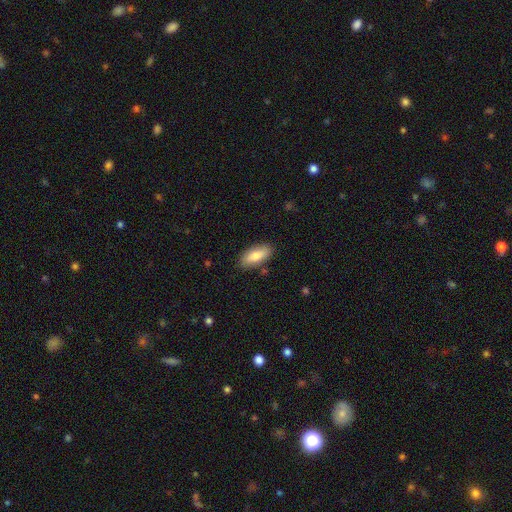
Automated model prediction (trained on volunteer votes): Smooth or featured? smooth (79%)
How rounded? in between (80%)
Merging? none (85%)